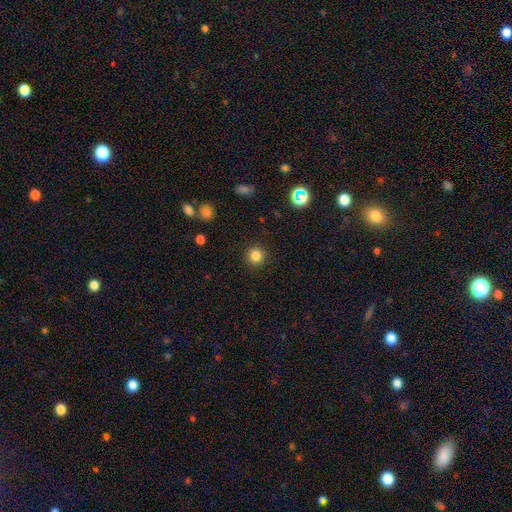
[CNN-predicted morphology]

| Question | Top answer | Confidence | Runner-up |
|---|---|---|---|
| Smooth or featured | smooth | 83% | star or artifact (13%) |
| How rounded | round | 93% | in between (6%) |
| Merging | none | 91% | minor disturbance (6%) |